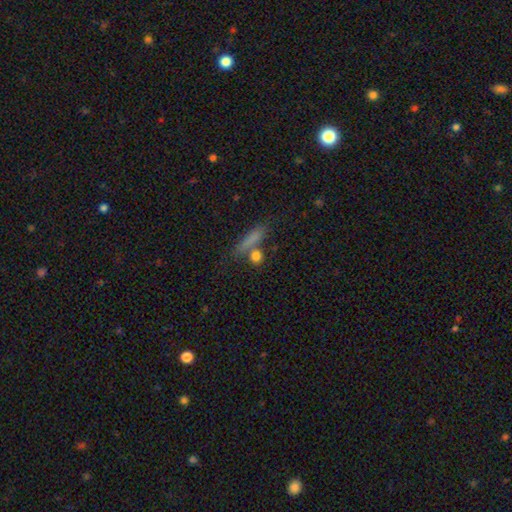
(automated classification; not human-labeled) Smooth or featured? smooth (78%)
How rounded? round (60%)
Merging? none (62%)